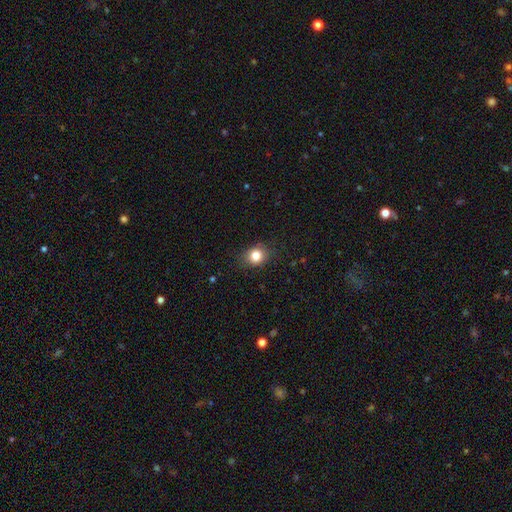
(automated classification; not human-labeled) Morphology: type=smooth (82%); roundness=round (69%); merging=none (84%).